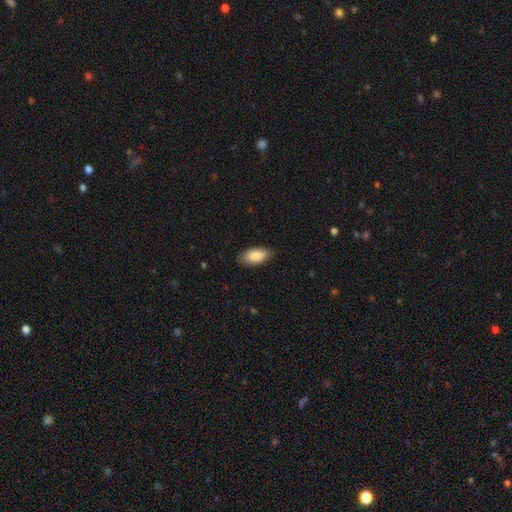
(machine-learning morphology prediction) The model was most divided on "merging": none: 87%, minor disturbance: 10%, major disturbance: 2%, merger: 1%. More confident: how rounded — in between (92%); smooth or featured — smooth (88%).